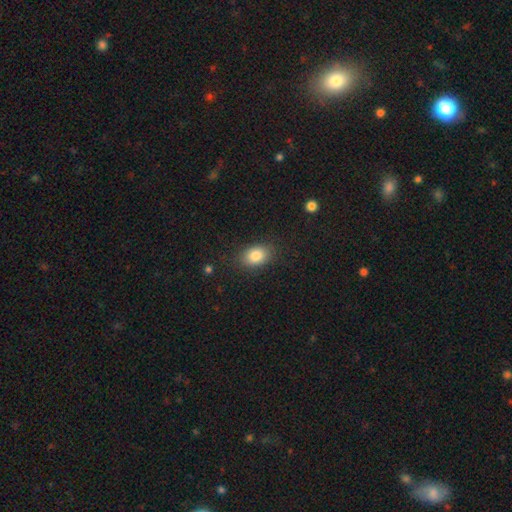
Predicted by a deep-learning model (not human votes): A smooth galaxy with no disk features (84%) that is in between round and cigar-shaped (78%). Merging: none (84%).